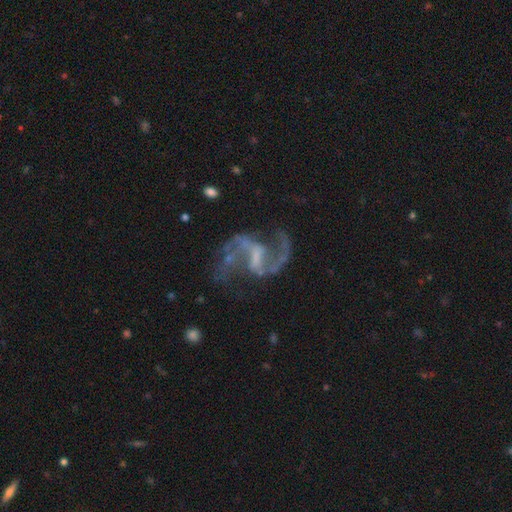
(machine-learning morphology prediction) A featured or disk galaxy (91%) with a weak bar (49%), 2 (93%) loose (55%) spiral arms (97%) and no central bulge (47%). Merging: none (65%).